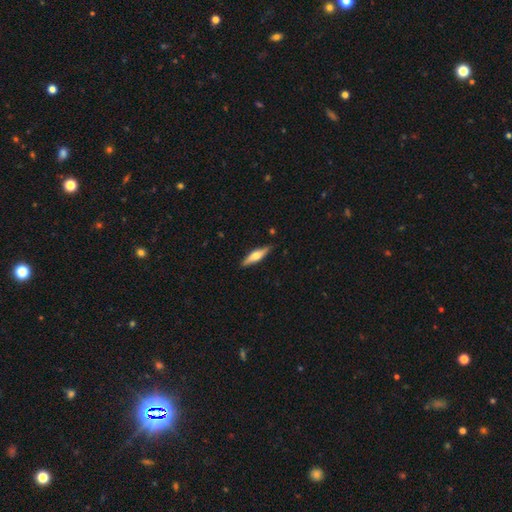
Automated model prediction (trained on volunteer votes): This appears to be a featured or disk galaxy (49%). Merging: none (86%).